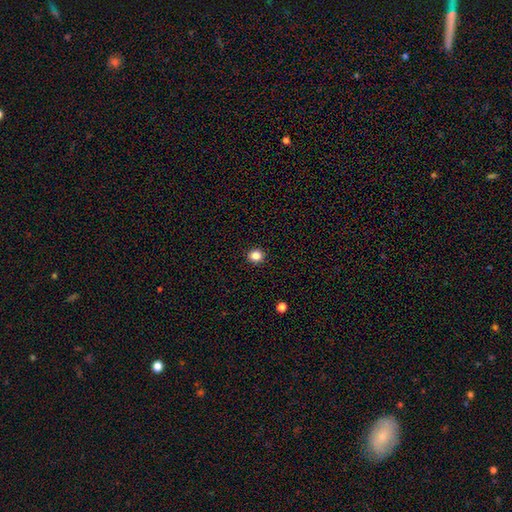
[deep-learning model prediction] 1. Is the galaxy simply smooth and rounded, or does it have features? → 85% smooth, 11% star or artifact, 3% featured or disk.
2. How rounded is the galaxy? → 87% round, 12% in between, 1% cigar-shaped.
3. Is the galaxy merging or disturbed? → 93% none, 5% minor disturbance, 2% major disturbance, 1% merger.